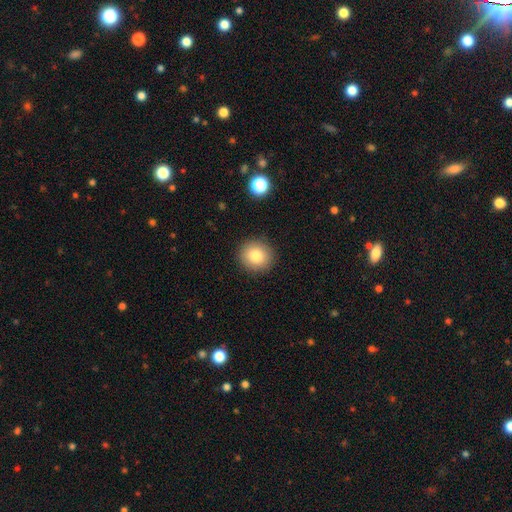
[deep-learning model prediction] Smooth or featured: smooth — 82% (star or artifact — 9%)
How rounded: round — 88% (in between — 11%)
Merging: none — 91% (minor disturbance — 6%)